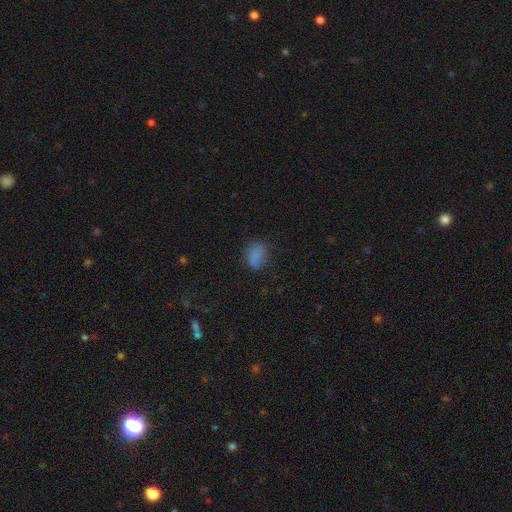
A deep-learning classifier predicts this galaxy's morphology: This is likely a smooth galaxy (80%). How rounded: likely in between (72%). Merging: likely none (68%).